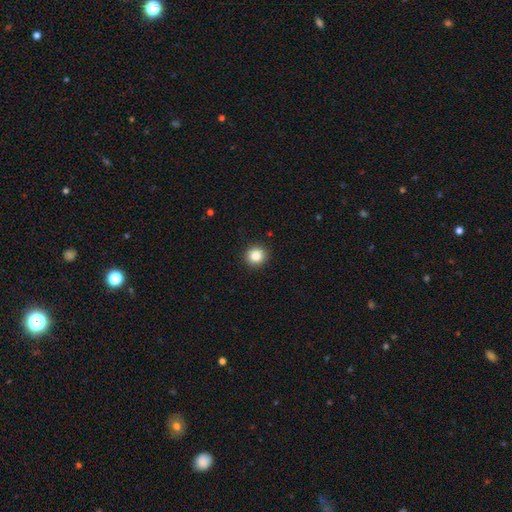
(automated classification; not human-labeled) Smooth or featured?
  - smooth: 86% *
  - star or artifact: 10%
  - featured or disk: 4%
How rounded?
  - round: 92% *
  - in between: 8%
  - cigar-shaped: 1%
Merging?
  - none: 92% *
  - minor disturbance: 5%
  - major disturbance: 2%
  - merger: 1%